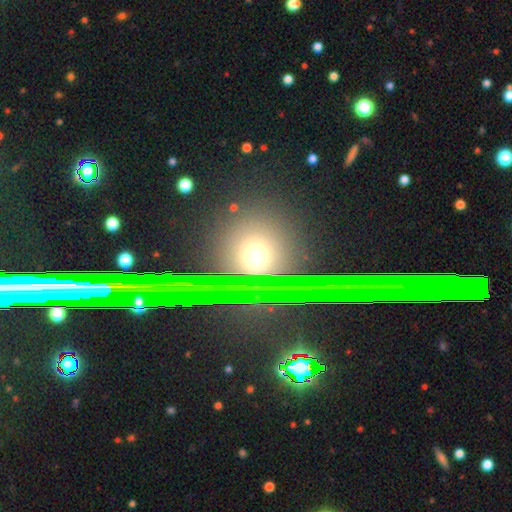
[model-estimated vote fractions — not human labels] The model was most divided on "smooth or featured": smooth: 53%, star or artifact: 36%, featured or disk: 11%. More confident: merging — none (83%); how rounded — round (69%).